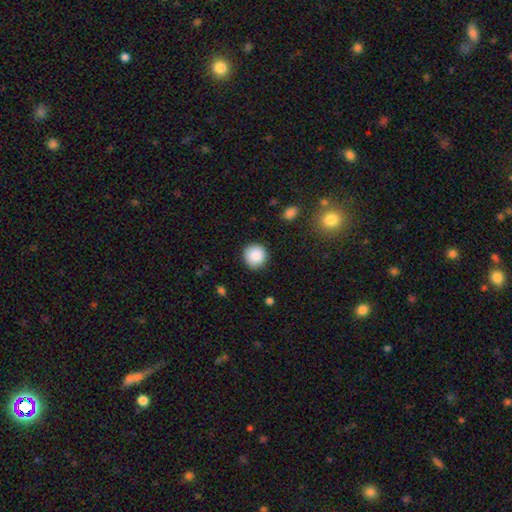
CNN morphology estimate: A smooth galaxy with no disk features (88%) that is round (94%). Merging: none (89%).